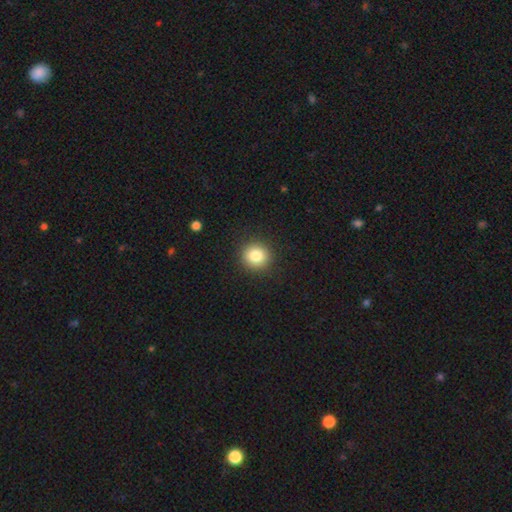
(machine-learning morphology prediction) The model was most divided on "smooth or featured": smooth: 83%, star or artifact: 10%, featured or disk: 7%. More confident: how rounded — round (92%); merging — none (91%).